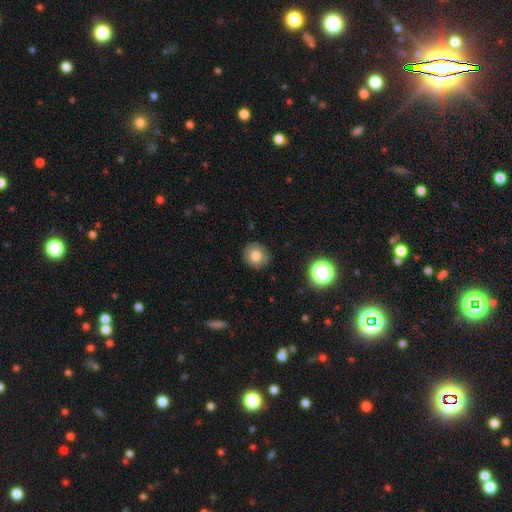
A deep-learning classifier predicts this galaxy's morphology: The model was most divided on "smooth or featured": smooth: 74%, featured or disk: 15%, star or artifact: 11%. More confident: how rounded — round (88%); merging — none (88%).